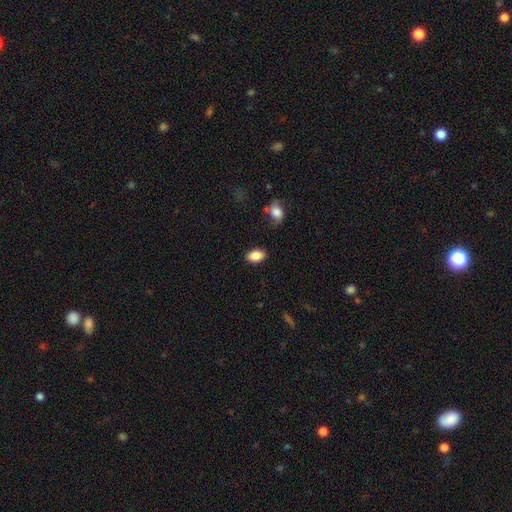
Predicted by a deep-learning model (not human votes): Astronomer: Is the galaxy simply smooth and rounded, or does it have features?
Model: smooth — 87%.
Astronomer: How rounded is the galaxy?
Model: in between — 91%.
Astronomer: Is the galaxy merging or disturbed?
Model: none — 86%.